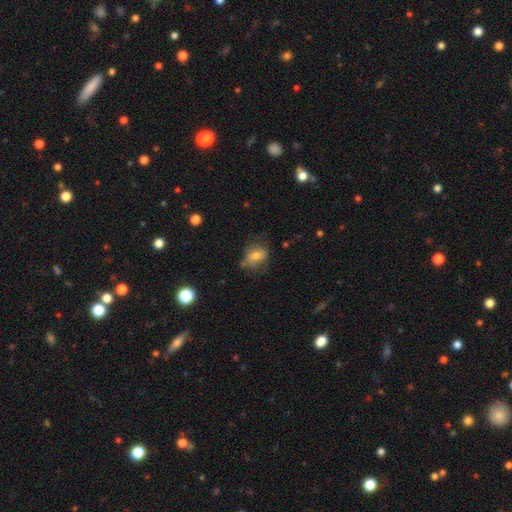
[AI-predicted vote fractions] The model was most divided on "merging": none: 55%, minor disturbance: 28%, major disturbance: 14%, merger: 3%. More confident: how rounded — in between (66%); smooth or featured — smooth (63%).